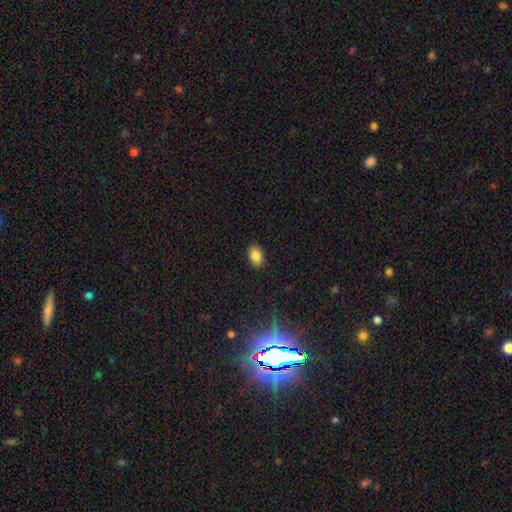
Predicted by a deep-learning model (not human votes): Q: Smooth or featured?
A: smooth (85%); runner-up: star or artifact (9%)
Q: How rounded?
A: in between (86%); runner-up: round (13%)
Q: Merging?
A: none (89%); runner-up: minor disturbance (8%)